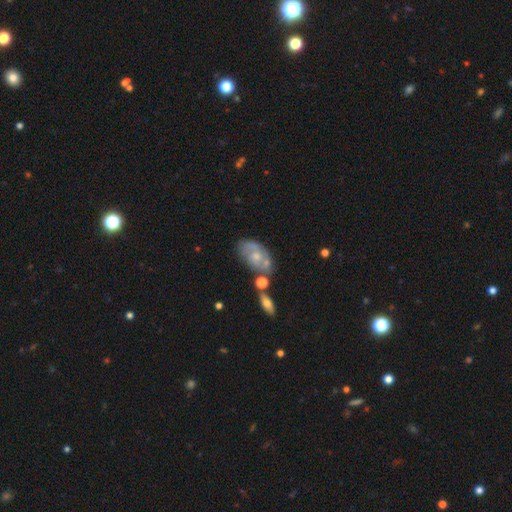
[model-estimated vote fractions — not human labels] featured or disk 61%, smooth 31%, star or artifact 7%. Down the decision tree: edge-on disk — no (94%); bar — no (77%); spiral arms — yes (70%); bulge size — small (49%); merging — none (49%).